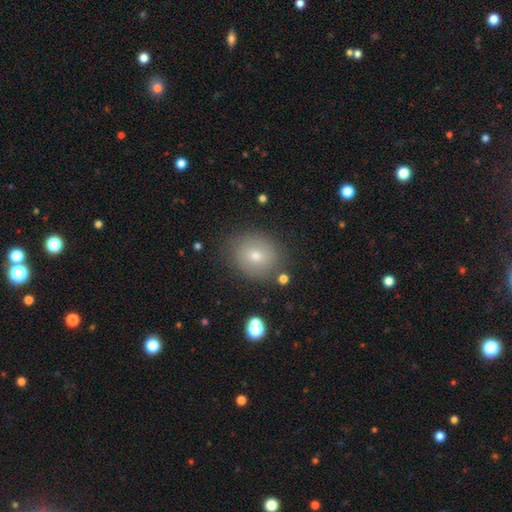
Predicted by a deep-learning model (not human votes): Smooth or featured? smooth (67%)
How rounded? round (74%)
Merging? none (83%)